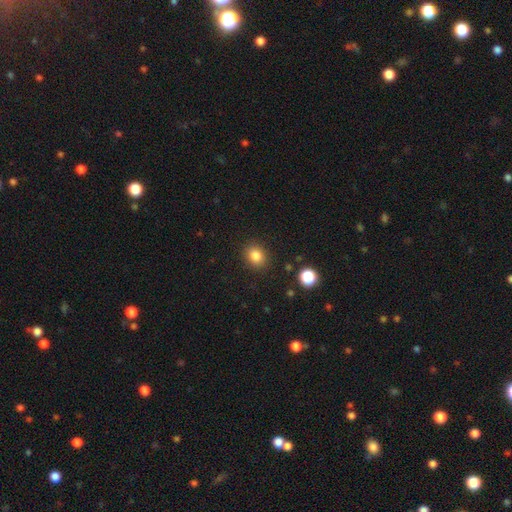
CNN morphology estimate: A smooth galaxy with no disk features (84%) that is round (65%). Merging: none (88%).